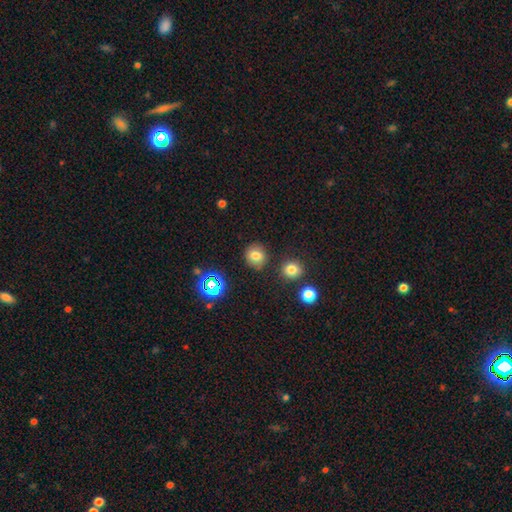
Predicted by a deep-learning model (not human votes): This appears to be a smooth galaxy with no disk features (76%) that is round (86%). Merging: none (85%).